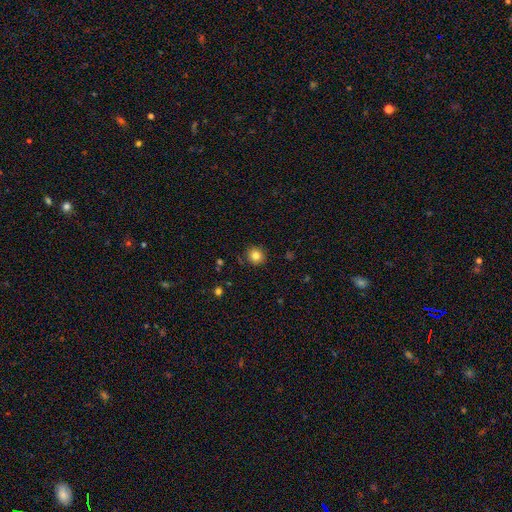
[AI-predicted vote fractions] Overall: smooth (81%). How rounded: round (91%). Merging: none (88%).